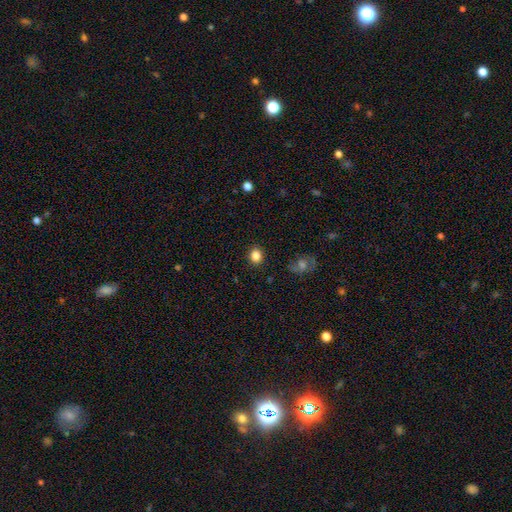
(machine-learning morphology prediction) Overall: smooth (84%). How rounded: round (67%; in between 33%). Merging: none (89%).